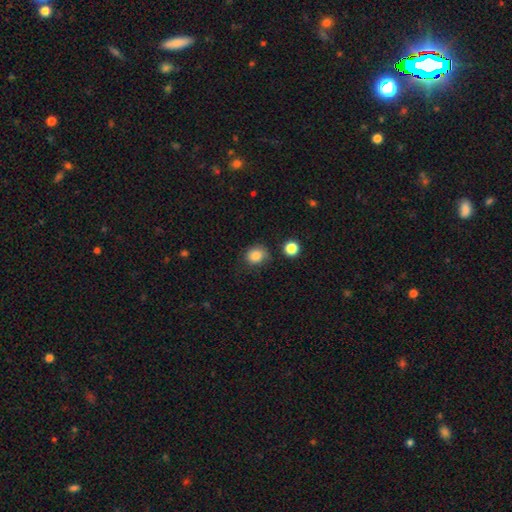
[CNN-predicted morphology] This appears to be a smooth galaxy with no disk features (85%) that is round (73%). Merging: none (74%).